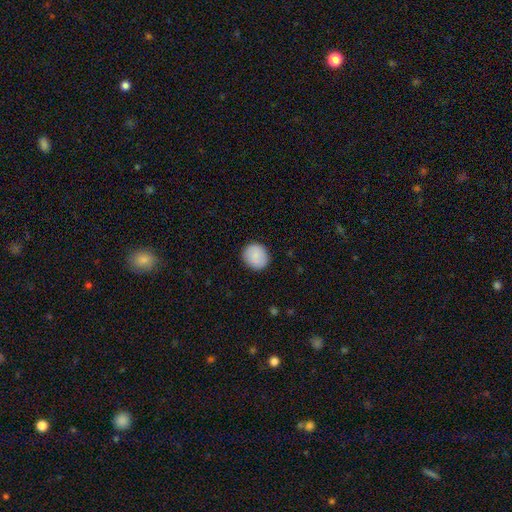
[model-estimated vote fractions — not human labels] This appears to be a smooth galaxy with no disk features (84%) that is round (85%). Merging: none (88%).